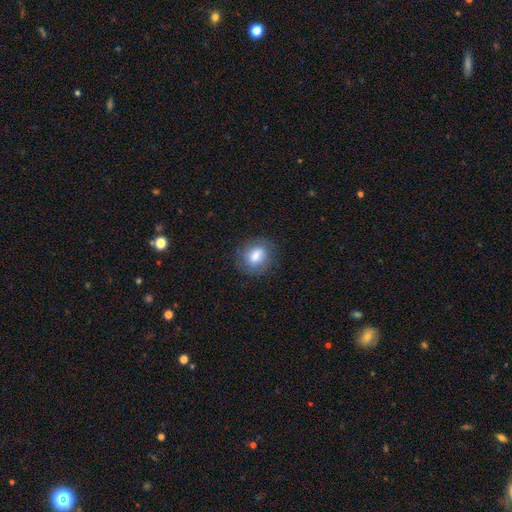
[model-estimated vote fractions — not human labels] Smooth or featured? Predicted: smooth (p=0.78). How rounded? Predicted: round (p=0.59). Merging? Predicted: none (p=0.79).